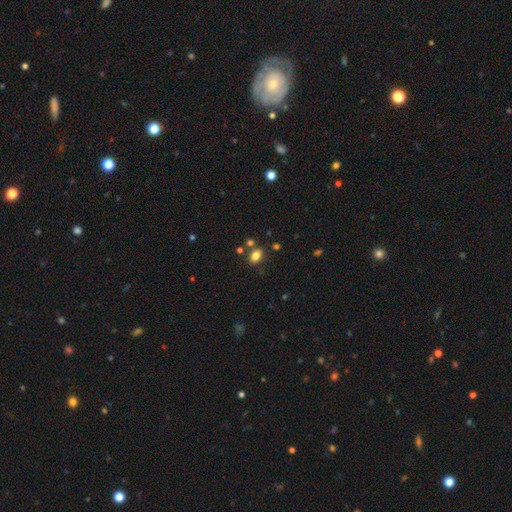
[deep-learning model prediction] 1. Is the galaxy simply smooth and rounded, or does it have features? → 81% smooth, 12% star or artifact, 7% featured or disk.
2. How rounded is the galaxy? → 79% in between, 20% round, 2% cigar-shaped.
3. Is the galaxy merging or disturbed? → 75% none, 11% minor disturbance, 10% merger, 3% major disturbance.